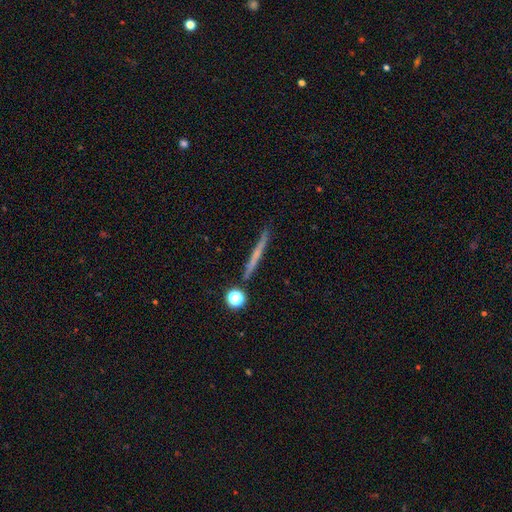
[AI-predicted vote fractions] This appears to be a featured or disk galaxy (46%, tied with smooth). Merging: none (87%).